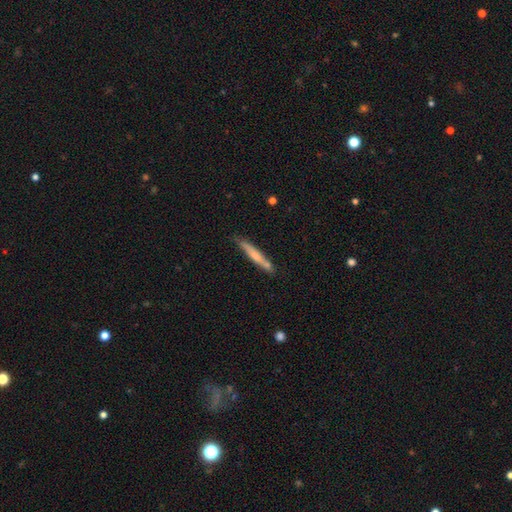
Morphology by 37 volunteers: A smooth galaxy with no disk features (49%) that is cigar-shaped (100%).

Vote fractions:
- Smooth or featured? smooth: 49% / featured or disk: 46% / star or artifact: 5%
- How rounded? cigar-shaped: 100% / round: 0% / in between: 0%
- Merging? none: 57% / minor disturbance: 20% / merger: 20% / major disturbance: 3%